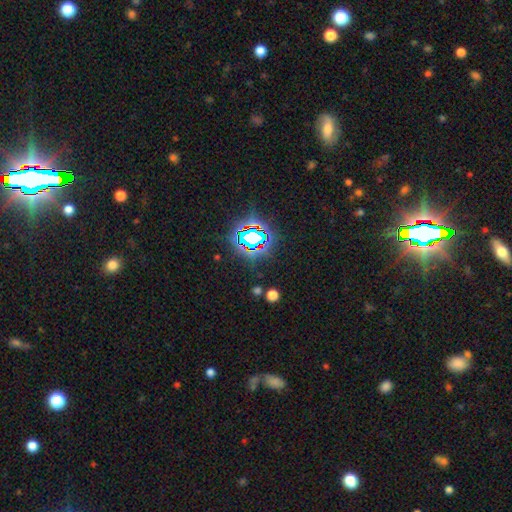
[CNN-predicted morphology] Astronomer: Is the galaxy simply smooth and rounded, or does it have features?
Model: star or artifact — 82%.